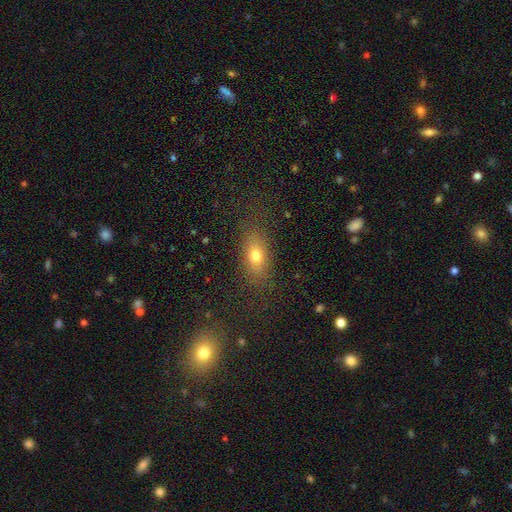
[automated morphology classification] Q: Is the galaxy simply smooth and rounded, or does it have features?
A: smooth — 72%.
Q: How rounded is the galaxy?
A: in between — 77%.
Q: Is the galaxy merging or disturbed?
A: none — 80%.